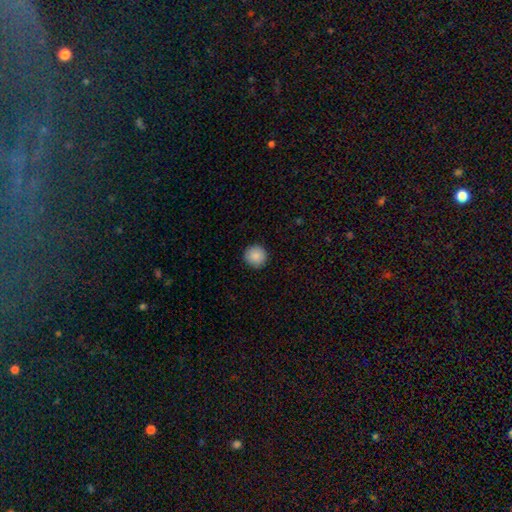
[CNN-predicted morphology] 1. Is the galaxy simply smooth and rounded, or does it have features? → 88% smooth, 8% star or artifact, 4% featured or disk.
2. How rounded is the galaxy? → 95% round, 4% in between, 1% cigar-shaped.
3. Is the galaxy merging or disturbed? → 91% none, 7% minor disturbance, 2% major disturbance, 1% merger.